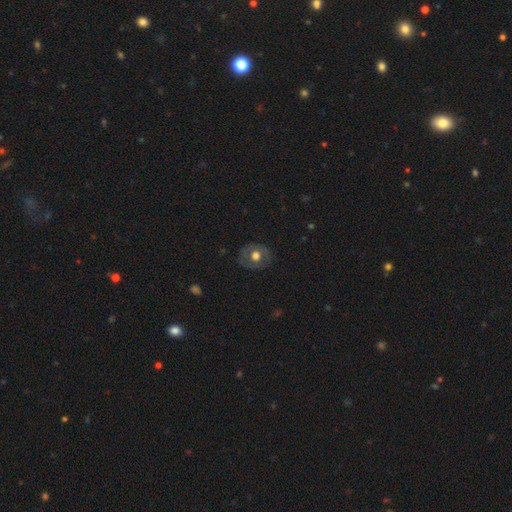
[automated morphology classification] Overall: smooth (48%; featured or disk 44%). Merging: none (79%).